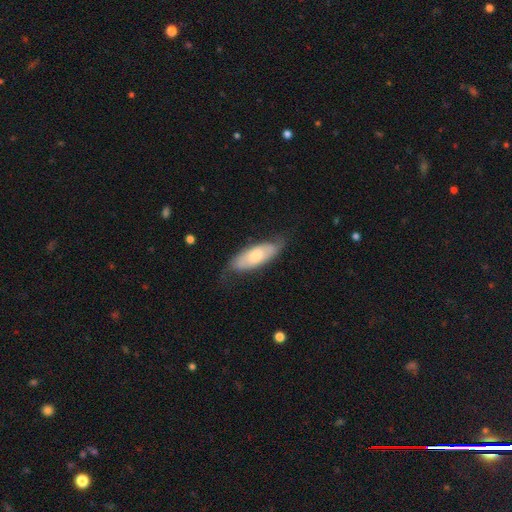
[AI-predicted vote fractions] Q: Smooth or featured?
A: smooth (59%); runner-up: featured or disk (36%)
Q: How rounded?
A: in between (72%); runner-up: cigar-shaped (26%)
Q: Merging?
A: none (65%); runner-up: minor disturbance (25%)